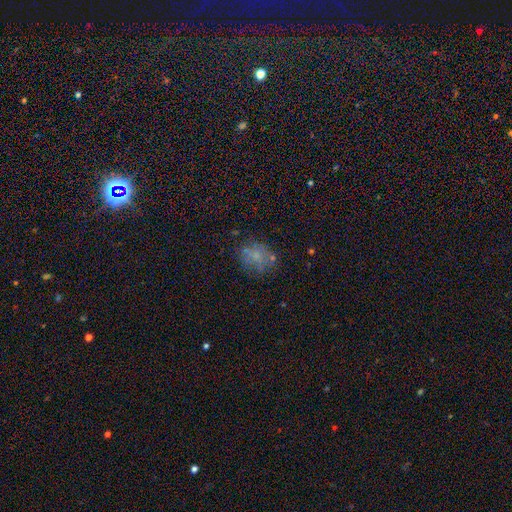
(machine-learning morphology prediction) smooth_or_featured: smooth (p=0.54) [alt: featured or disk p=0.27]
how_rounded: round (p=0.54) [alt: in between p=0.44]
merging: none (p=0.60) [alt: minor disturbance p=0.20]